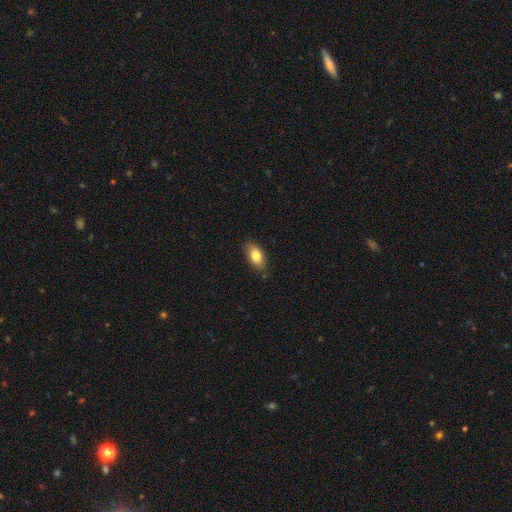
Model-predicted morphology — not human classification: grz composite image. It shows a smooth galaxy with no disk features (81%) that is in between round and cigar-shaped (90%). Merging: none (84%).